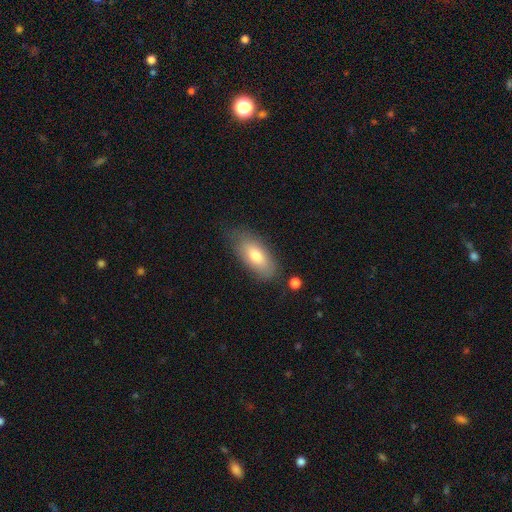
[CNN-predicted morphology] smooth_or_featured: smooth (p=0.74) [alt: featured or disk p=0.20]
how_rounded: in between (p=0.87) [alt: cigar-shaped p=0.10]
merging: none (p=0.71) [alt: minor disturbance p=0.21]